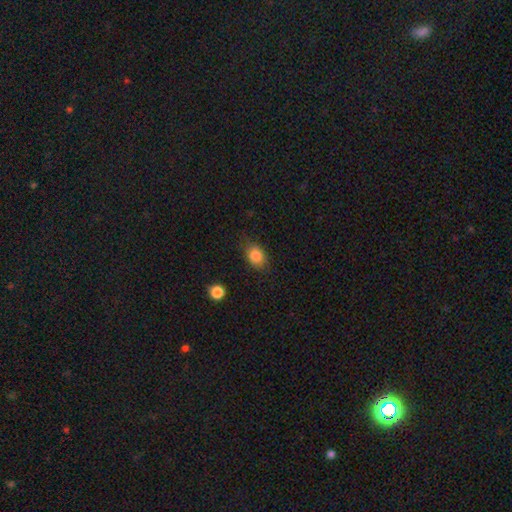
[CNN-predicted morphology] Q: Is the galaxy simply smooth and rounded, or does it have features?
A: smooth — 84%.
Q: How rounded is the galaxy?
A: in between — 68%.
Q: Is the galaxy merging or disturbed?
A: none — 77%.